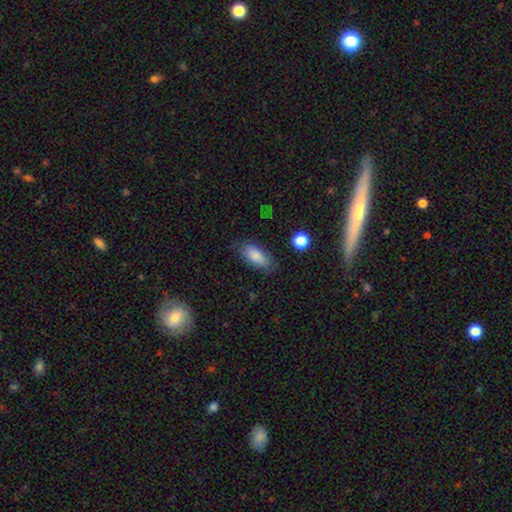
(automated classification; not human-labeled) Smooth or featured? Predicted: smooth (p=0.85). How rounded? Predicted: in between (p=0.86). Merging? Predicted: none (p=0.79).